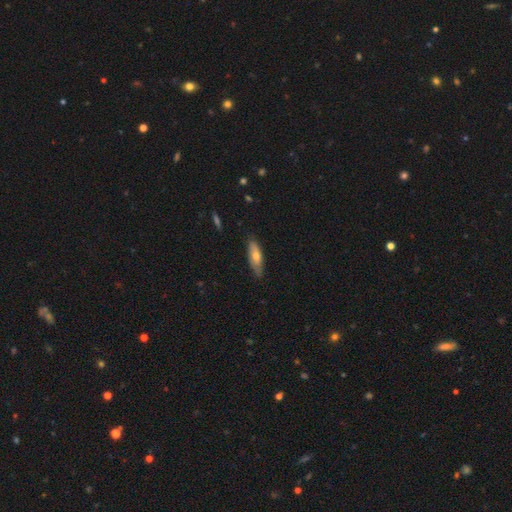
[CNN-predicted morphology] smooth_or_featured: smooth (p=0.62) [alt: featured or disk p=0.32]
how_rounded: in between (p=0.53) [alt: cigar-shaped p=0.44]
merging: none (p=0.79) [alt: minor disturbance p=0.18]